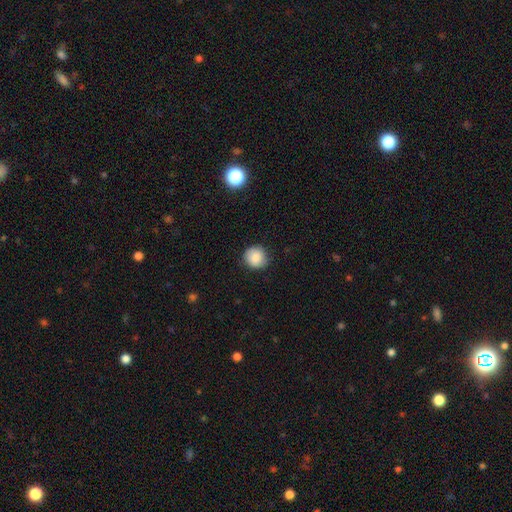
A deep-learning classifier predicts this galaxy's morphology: Smooth or featured?
  - smooth: 86% *
  - star or artifact: 9%
  - featured or disk: 6%
How rounded?
  - round: 90% *
  - in between: 9%
  - cigar-shaped: 1%
Merging?
  - none: 85% *
  - minor disturbance: 12%
  - major disturbance: 2%
  - merger: 1%